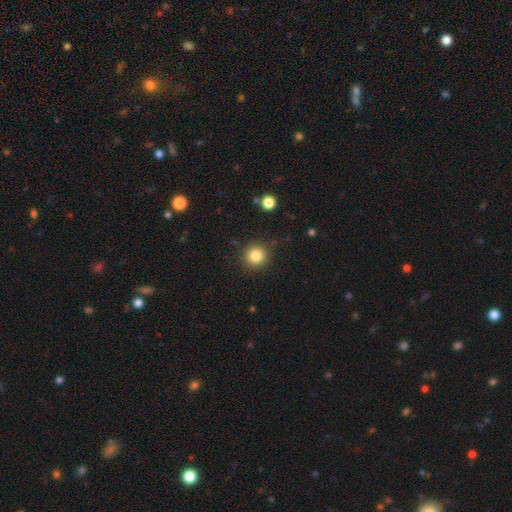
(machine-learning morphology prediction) type=smooth (83%); roundness=round (92%); merging=none (88%).